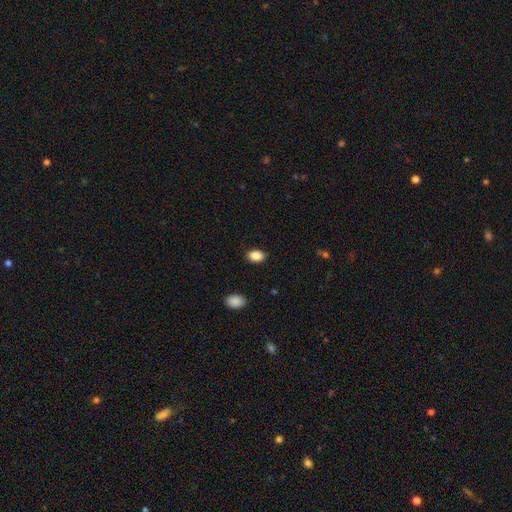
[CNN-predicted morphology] A smooth galaxy with no disk features (87%) that is in between round and cigar-shaped (82%).

Vote fractions:
- Smooth or featured? smooth: 87% / star or artifact: 9% / featured or disk: 5%
- How rounded? in between: 82% / round: 16% / cigar-shaped: 1%
- Merging? none: 89% / minor disturbance: 8% / major disturbance: 2% / merger: 1%